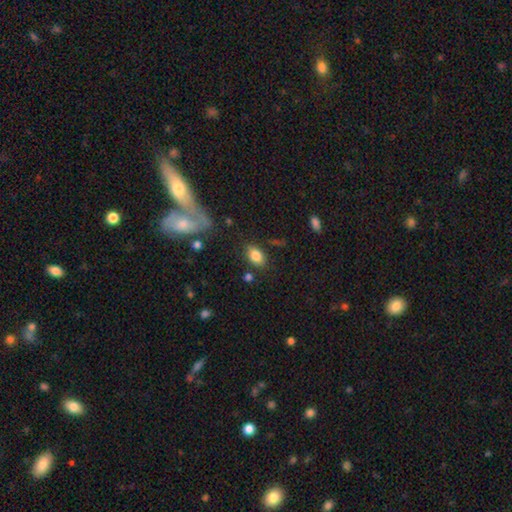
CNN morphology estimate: smooth-or-featured: smooth: 84% | star or artifact: 9% | featured or disk: 8%
  how-rounded: in between: 86% | round: 12% | cigar-shaped: 2%
  merging: none: 79% | minor disturbance: 13% | major disturbance: 4% | merger: 4%